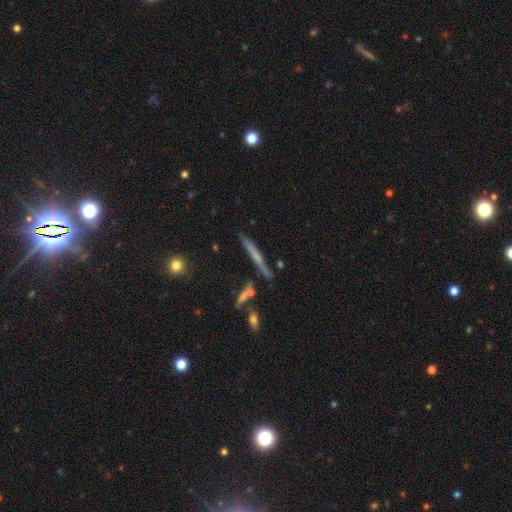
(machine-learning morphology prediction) Q: Smooth or featured?
A: featured or disk (54%); runner-up: smooth (37%)
Q: Edge-on disk?
A: yes (95%); runner-up: no (5%)
Q: Edge-on bulge?
A: none (64%); runner-up: rounded (27%)
Q: Merging?
A: none (80%); runner-up: minor disturbance (11%)